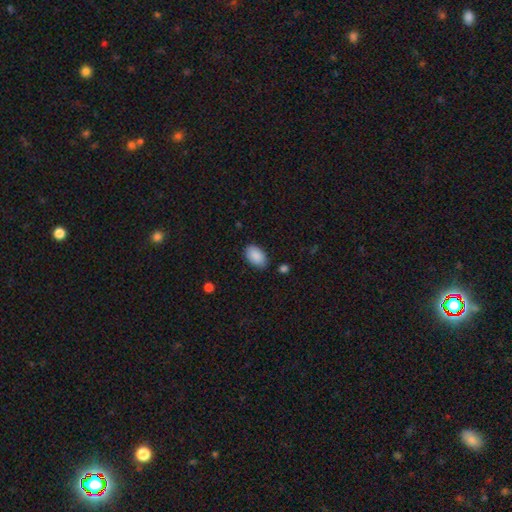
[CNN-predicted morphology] smooth-or-featured: smooth: 89% | star or artifact: 7% | featured or disk: 4%
  how-rounded: in between: 93% | round: 6% | cigar-shaped: 1%
  merging: none: 82% | minor disturbance: 13% | major disturbance: 3% | merger: 2%